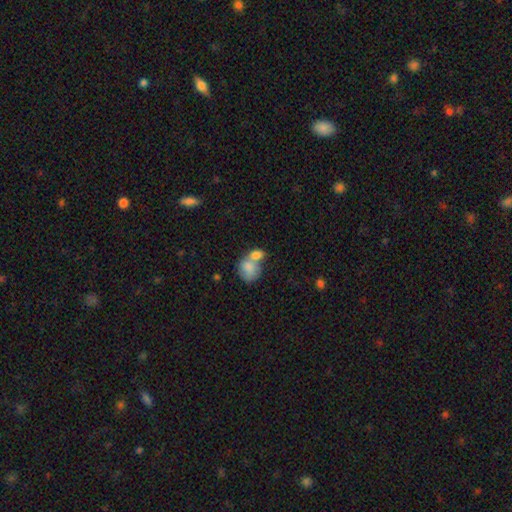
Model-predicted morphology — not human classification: Smooth or featured: smooth — 80% (featured or disk — 13%)
How rounded: in between — 54% (round — 44%)
Merging: merger — 65% (none — 22%)